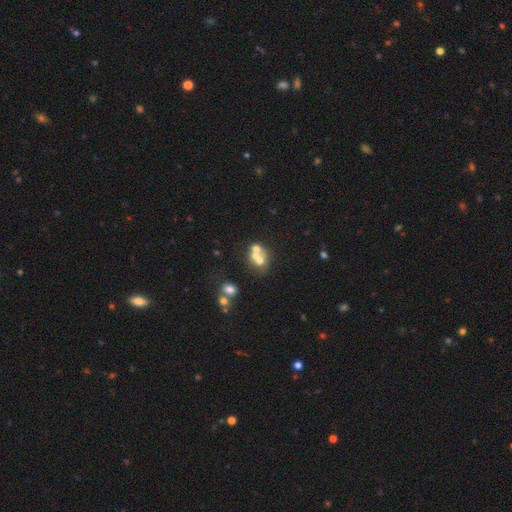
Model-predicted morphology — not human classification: A smooth galaxy with no disk features (52%) that is round (66%). Merging: merger (55%).